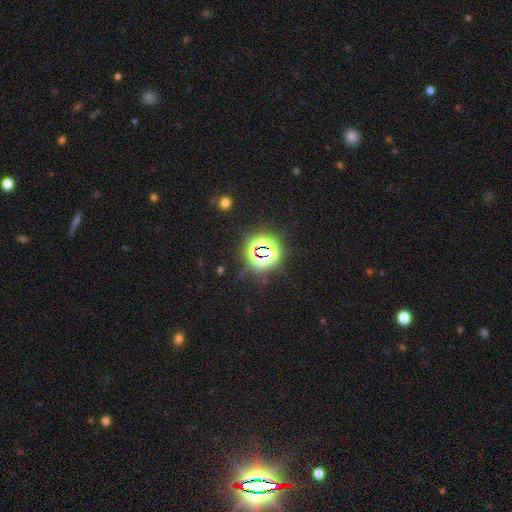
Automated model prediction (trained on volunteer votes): Smooth or featured?
  - star or artifact: 79% *
  - smooth: 12%
  - featured or disk: 8%